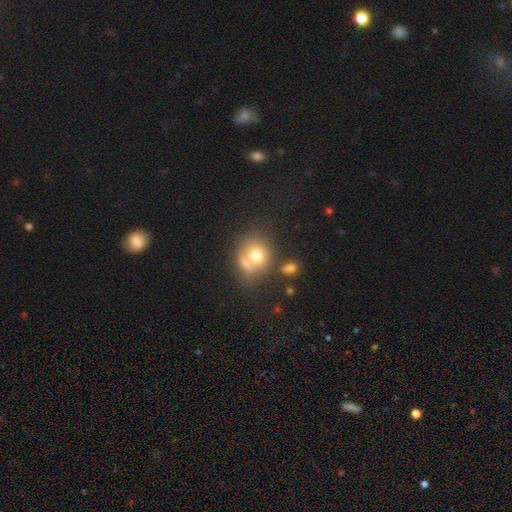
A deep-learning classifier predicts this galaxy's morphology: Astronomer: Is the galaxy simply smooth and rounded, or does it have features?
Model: smooth — 71%.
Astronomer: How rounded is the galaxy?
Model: round — 76%.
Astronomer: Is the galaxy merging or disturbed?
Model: merger — 42% (runner-up: none, 39%).